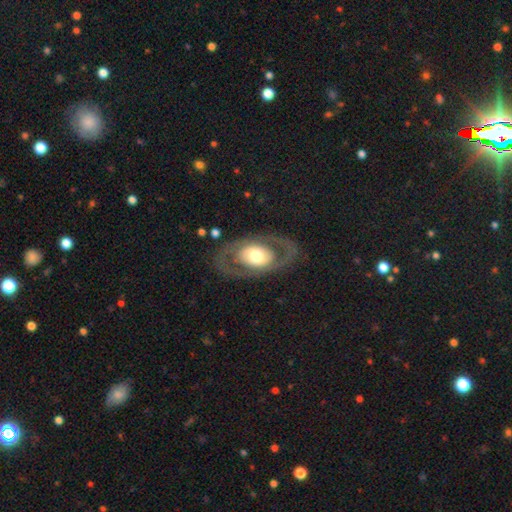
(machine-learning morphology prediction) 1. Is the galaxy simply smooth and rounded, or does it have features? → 65% featured or disk, 30% smooth, 5% star or artifact.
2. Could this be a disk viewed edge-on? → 91% no, 9% yes.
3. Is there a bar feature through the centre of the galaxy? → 82% no, 12% weak, 6% strong.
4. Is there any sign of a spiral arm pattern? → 70% no, 30% yes.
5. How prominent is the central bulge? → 55% moderate, 33% large, 7% small, 4% dominant, 1% none.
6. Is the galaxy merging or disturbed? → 79% none, 10% minor disturbance, 9% major disturbance, 1% merger.